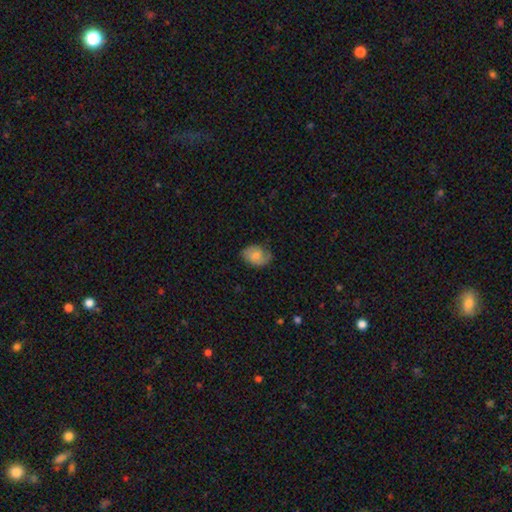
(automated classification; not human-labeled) This appears to be a smooth galaxy with no disk features (58%) that is in between round and cigar-shaped (69%). Merging: none (68%).